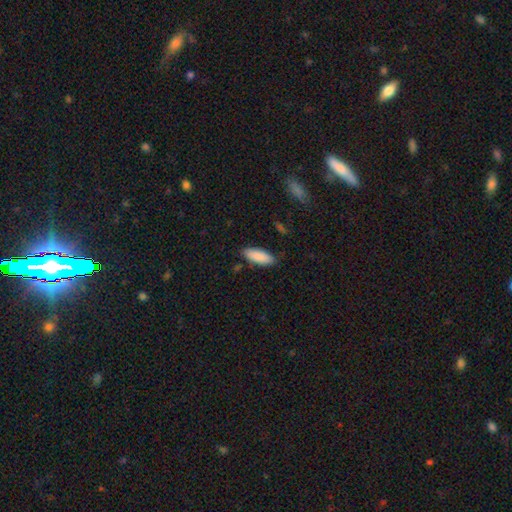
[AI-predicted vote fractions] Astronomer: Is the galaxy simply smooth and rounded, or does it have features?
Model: smooth — 89%.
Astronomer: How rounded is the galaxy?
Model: in between — 71%.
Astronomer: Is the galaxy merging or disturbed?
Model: none — 84%.